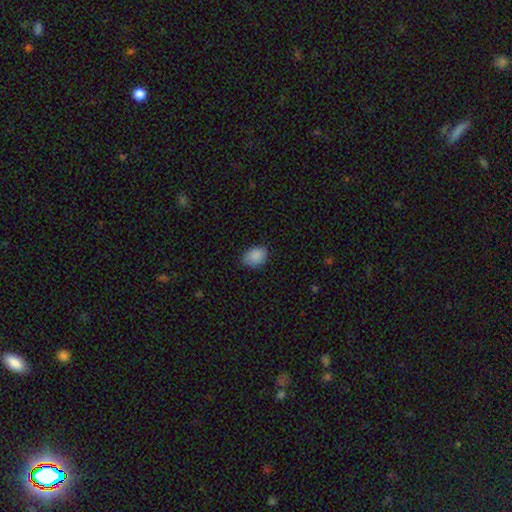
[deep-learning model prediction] A smooth galaxy with no disk features (88%) that is in between round and cigar-shaped (69%). Merging: none (78%).